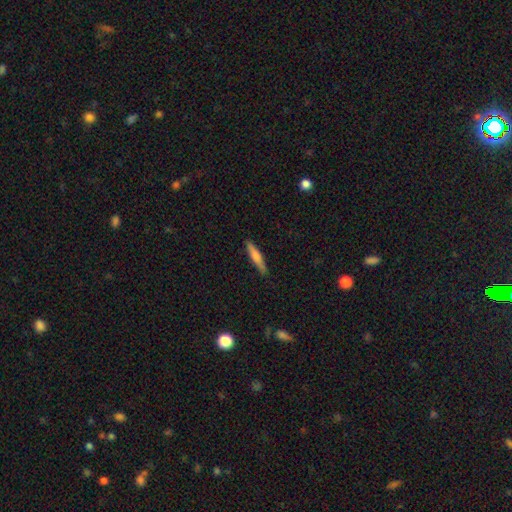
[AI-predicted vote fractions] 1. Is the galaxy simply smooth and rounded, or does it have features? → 57% smooth, 37% featured or disk, 6% star or artifact.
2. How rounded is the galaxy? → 89% cigar-shaped, 9% in between, 2% round.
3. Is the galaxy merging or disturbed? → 88% none, 9% minor disturbance, 2% major disturbance, 1% merger.